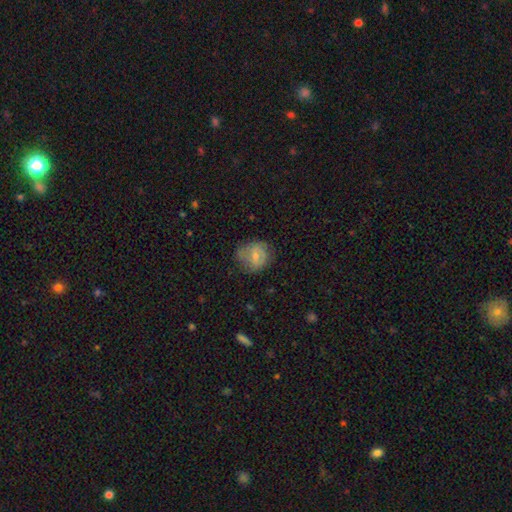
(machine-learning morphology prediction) smooth_or_featured: smooth (p=0.54) [alt: featured or disk p=0.38]
how_rounded: round (p=0.68) [alt: in between p=0.31]
merging: none (p=0.55) [alt: minor disturbance p=0.29]